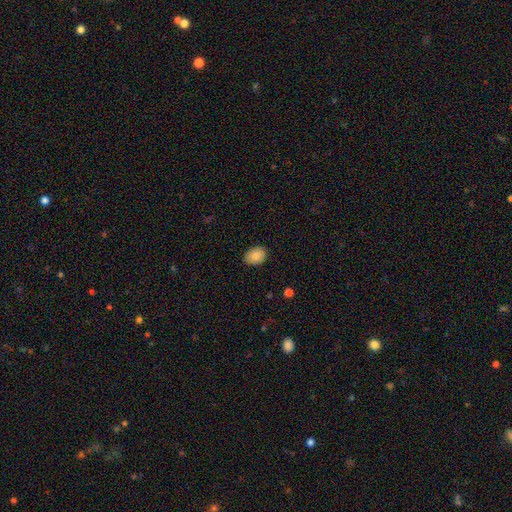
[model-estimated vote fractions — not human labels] A smooth galaxy with no disk features (87%) that is in between round and cigar-shaped (72%).

Vote fractions:
- Smooth or featured? smooth: 87% / star or artifact: 8% / featured or disk: 5%
- How rounded? in between: 72% / round: 27% / cigar-shaped: 1%
- Merging? none: 87% / minor disturbance: 10% / major disturbance: 2% / merger: 1%